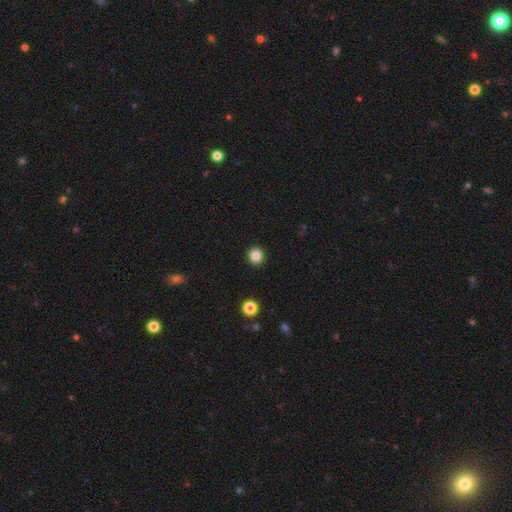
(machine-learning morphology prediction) The model was most divided on "smooth or featured": smooth: 83%, star or artifact: 12%, featured or disk: 4%. More confident: how rounded — round (95%); merging — none (93%).